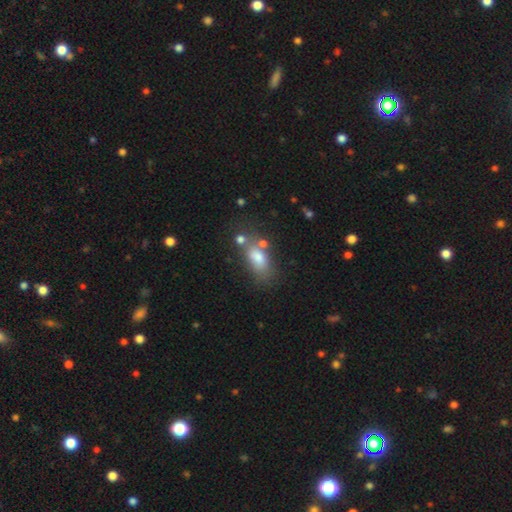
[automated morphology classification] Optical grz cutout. It shows a smooth galaxy with no disk features (70%) that is in between round and cigar-shaped (80%). Merging: none (55%).